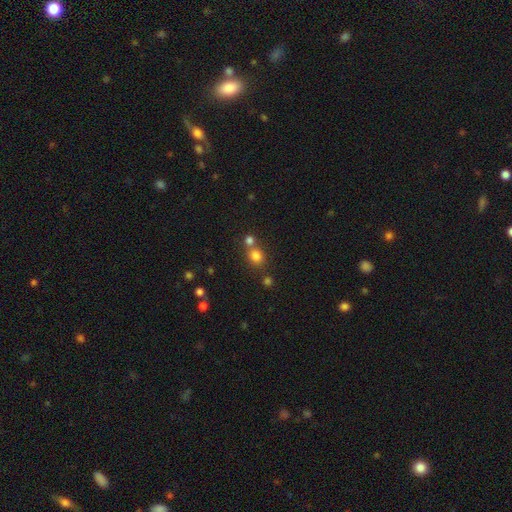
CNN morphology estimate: smooth_or_featured: smooth (p=0.79) [alt: star or artifact p=0.14]
how_rounded: round (p=0.72) [alt: in between p=0.27]
merging: none (p=0.57) [alt: merger p=0.31]